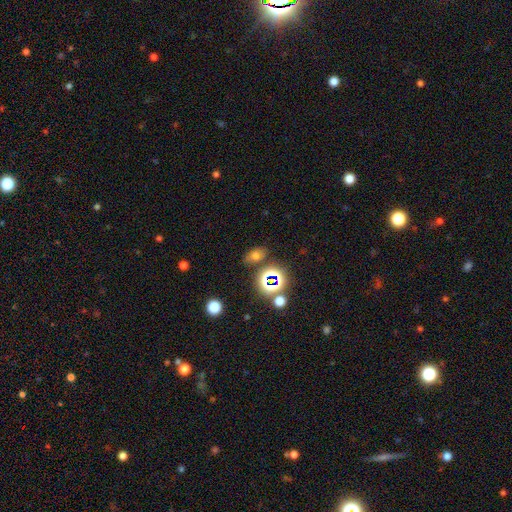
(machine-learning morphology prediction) Smooth or featured? smooth (63%)
How rounded? in between (78%)
Merging? none (78%)